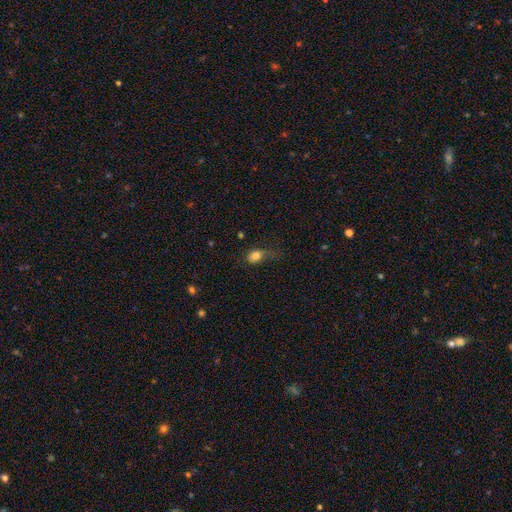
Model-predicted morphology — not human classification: smooth-or-featured: smooth: 80% | star or artifact: 10% | featured or disk: 10%
  how-rounded: in between: 66% | round: 31% | cigar-shaped: 3%
  merging: none: 39% | minor disturbance: 32% | major disturbance: 27% | merger: 3%